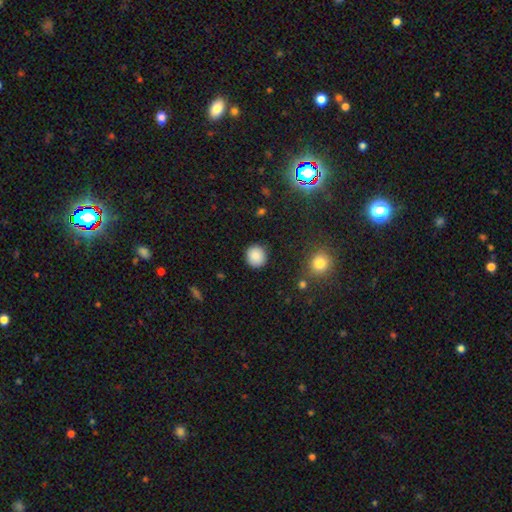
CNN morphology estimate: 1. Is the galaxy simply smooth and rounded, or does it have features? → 87% smooth, 9% star or artifact, 4% featured or disk.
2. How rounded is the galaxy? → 90% round, 9% in between, 1% cigar-shaped.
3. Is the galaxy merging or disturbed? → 90% none, 7% minor disturbance, 2% major disturbance, 1% merger.